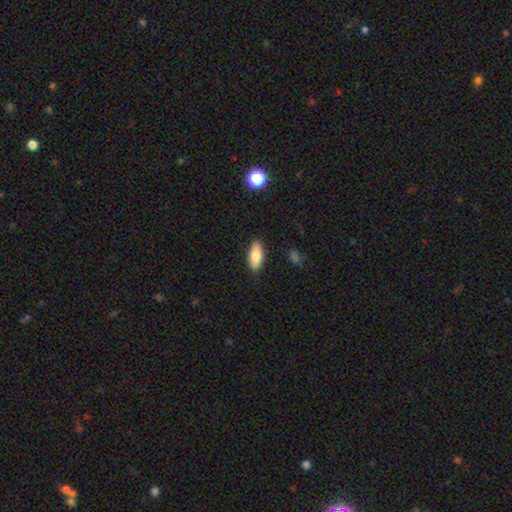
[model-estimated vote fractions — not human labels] A smooth galaxy with no disk features (83%) that is in between round and cigar-shaped (86%). Merging: none (88%).